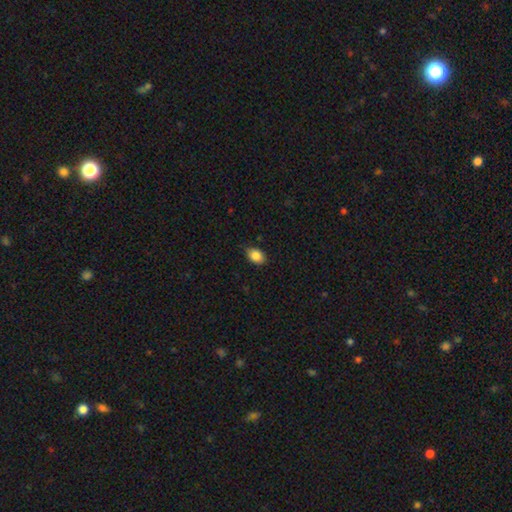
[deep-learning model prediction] This is clearly a smooth galaxy (86%). How rounded: likely in between (79%). Merging: clearly none (80%).